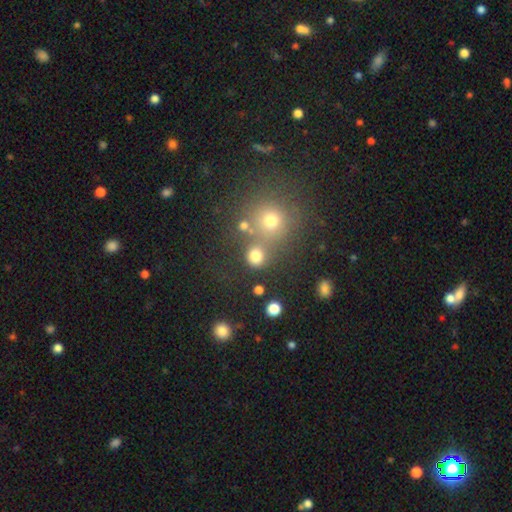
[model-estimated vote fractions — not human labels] A smooth galaxy with no disk features (77%) that is round (84%). Merging: none (65%).